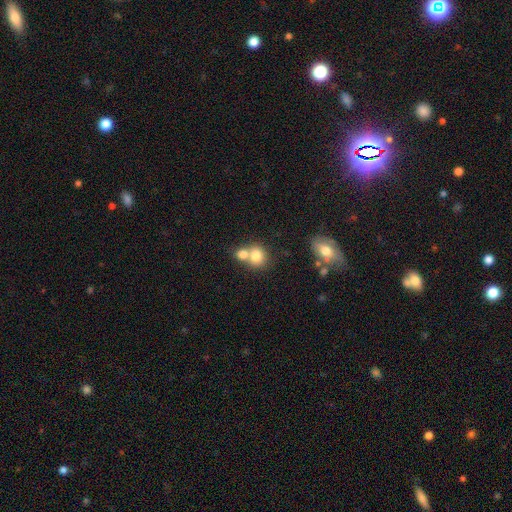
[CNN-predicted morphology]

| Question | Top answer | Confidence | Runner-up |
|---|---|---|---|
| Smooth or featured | smooth | 78% | featured or disk (13%) |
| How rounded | round | 74% | in between (25%) |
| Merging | merger | 58% | none (32%) |